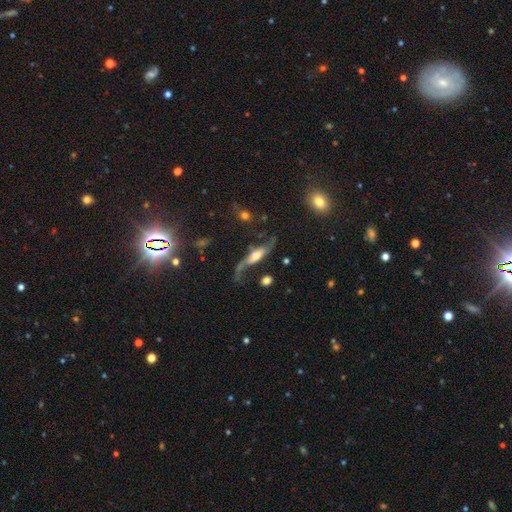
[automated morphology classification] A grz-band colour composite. It shows a featured or disk galaxy (71%). Merging: none (49%).